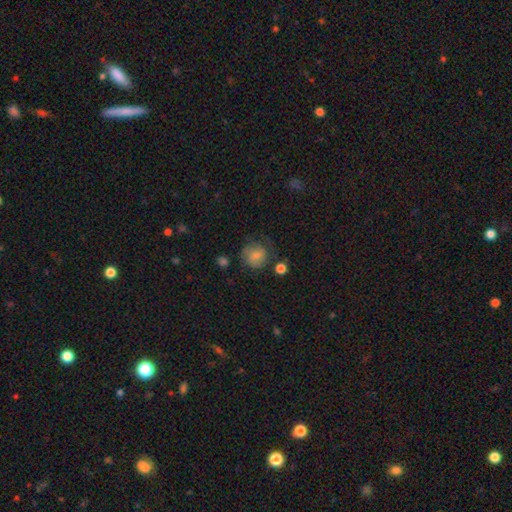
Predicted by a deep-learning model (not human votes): This is likely a smooth galaxy (73%). How rounded: clearly round (84%). Merging: likely none (62%).